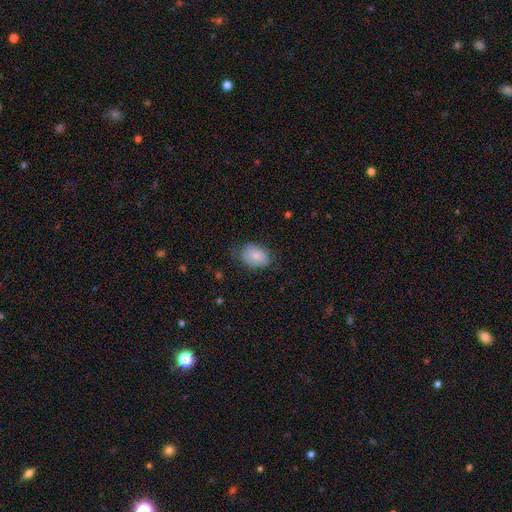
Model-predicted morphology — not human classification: A smooth galaxy with no disk features (79%) that is in between round and cigar-shaped (78%). Merging: none (65%).